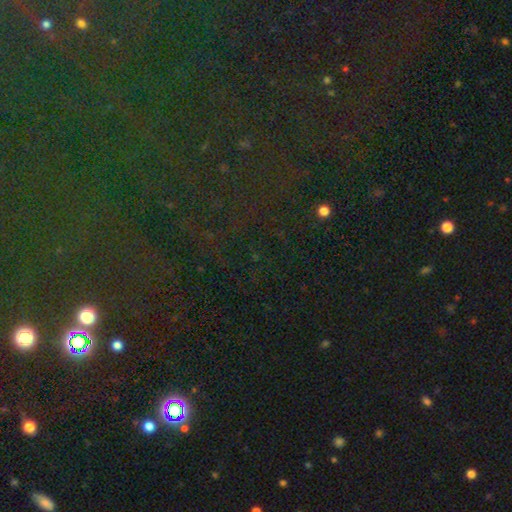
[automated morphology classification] This is clearly a star or artifact rather than a galaxy (81%).